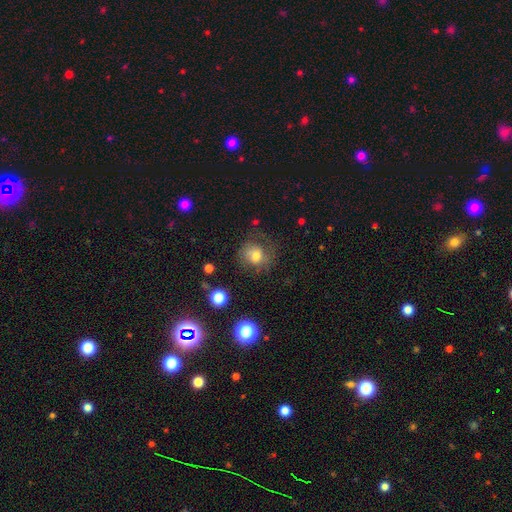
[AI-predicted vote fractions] smooth_or_featured: smooth (p=0.69) [alt: featured or disk p=0.18]
how_rounded: round (p=0.75) [alt: in between p=0.24]
merging: none (p=0.58) [alt: minor disturbance p=0.22]